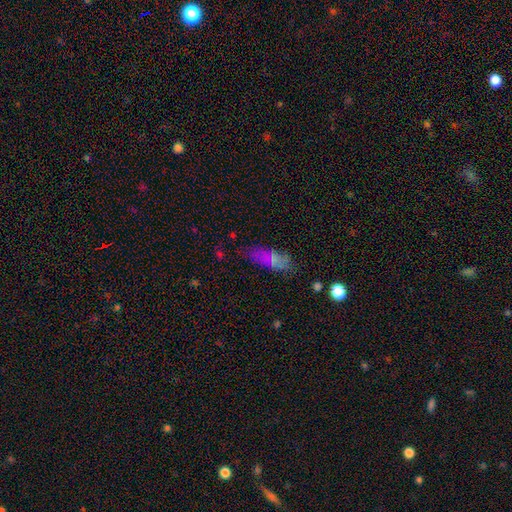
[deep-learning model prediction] Smooth or featured: smooth — 68% (star or artifact — 17%)
How rounded: in between — 76% (cigar-shaped — 21%)
Merging: none — 74% (minor disturbance — 18%)